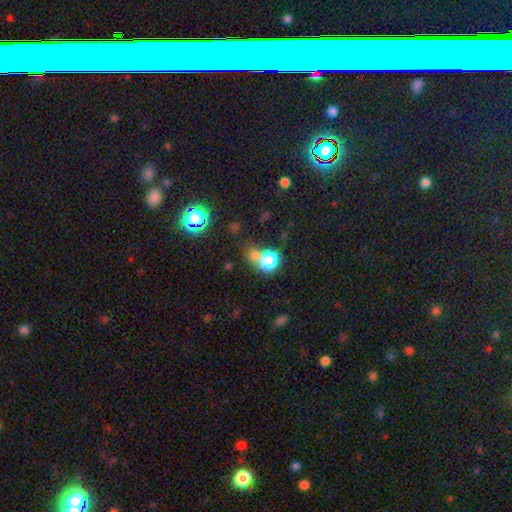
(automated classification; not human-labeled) Overall: smooth (69%). How rounded: round (78%). Merging: none (48%; merger 35%).